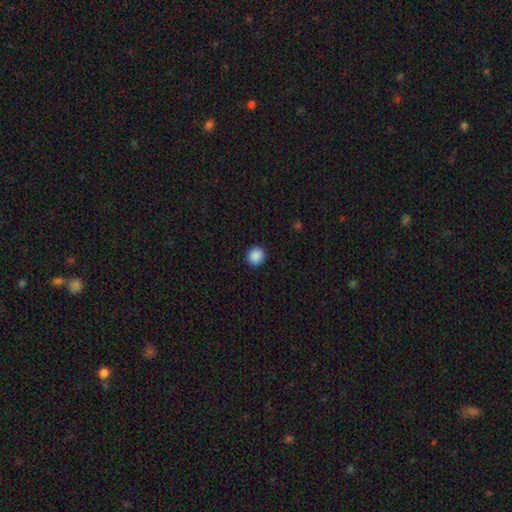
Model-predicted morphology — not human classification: The model was most divided on "how rounded": round: 87%, in between: 12%, cigar-shaped: 1%. More confident: merging — none (91%); smooth or featured — smooth (89%).